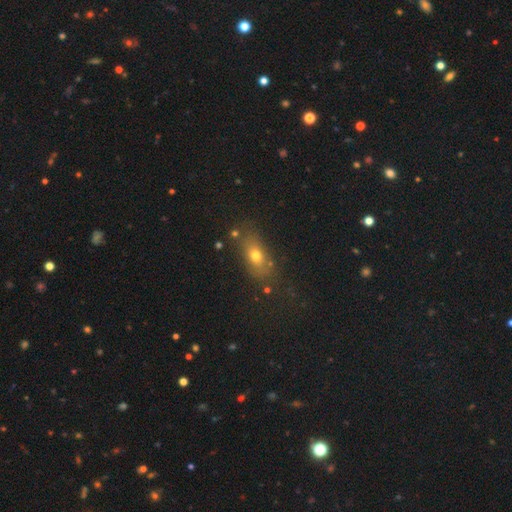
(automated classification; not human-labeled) A smooth galaxy with no disk features (67%) that is in between round and cigar-shaped (72%). Merging: none (72%).